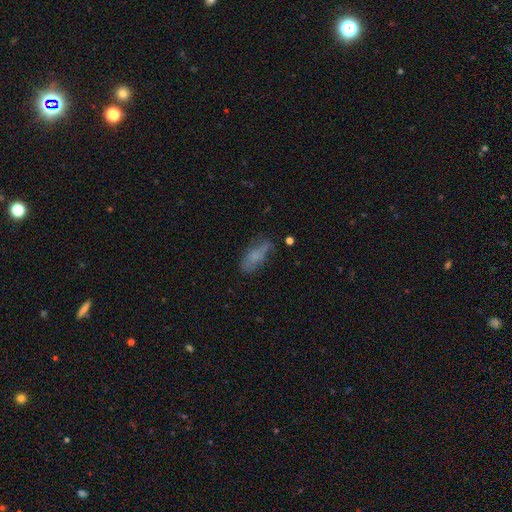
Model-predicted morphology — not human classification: Smooth or featured? smooth (63%)
How rounded? in between (71%)
Merging? none (55%)